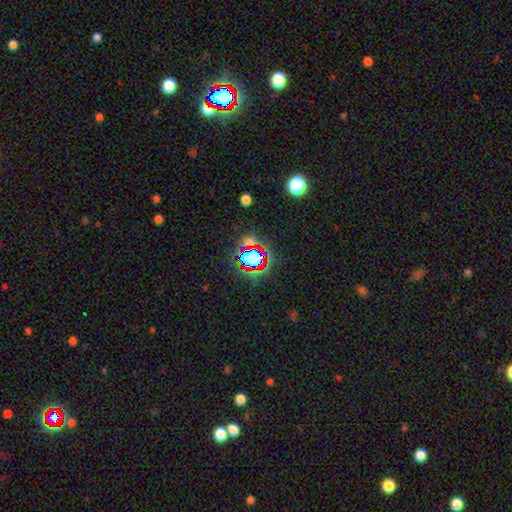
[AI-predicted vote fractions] Smooth or featured: star or artifact — 64% (smooth — 23%)